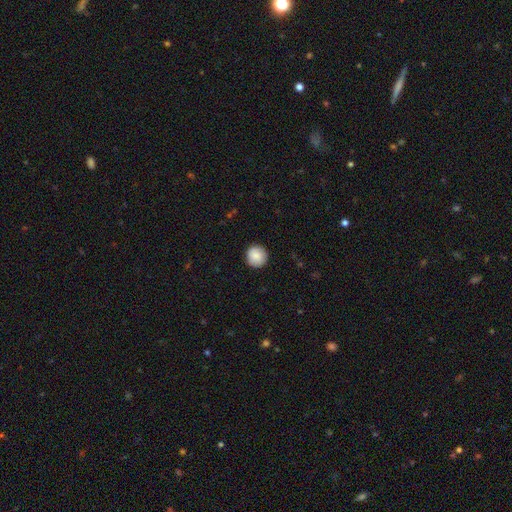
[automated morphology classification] type=smooth (87%); roundness=round (94%); merging=none (90%).